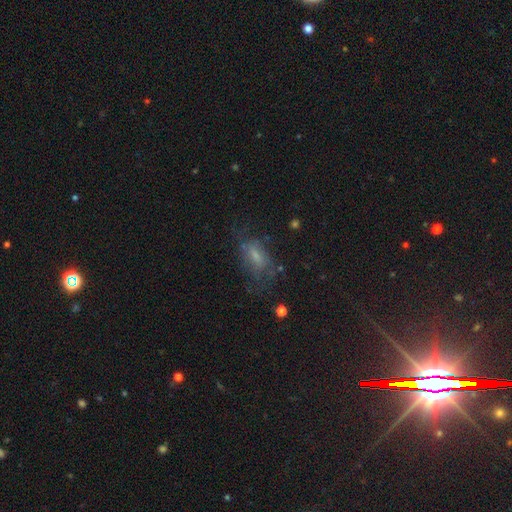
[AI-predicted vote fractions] Smooth or featured? Predicted: smooth (p=0.51). How rounded? Predicted: in between (p=0.82). Merging? Predicted: none (p=0.49).